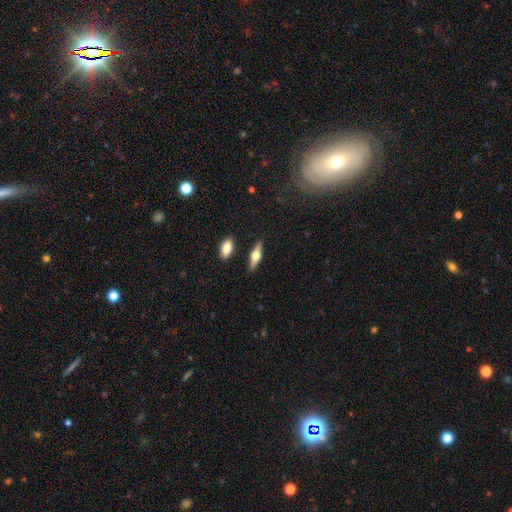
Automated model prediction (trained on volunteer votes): Q: Smooth or featured?
A: featured or disk (48%); runner-up: smooth (45%)
Q: Merging?
A: none (85%); runner-up: minor disturbance (9%)